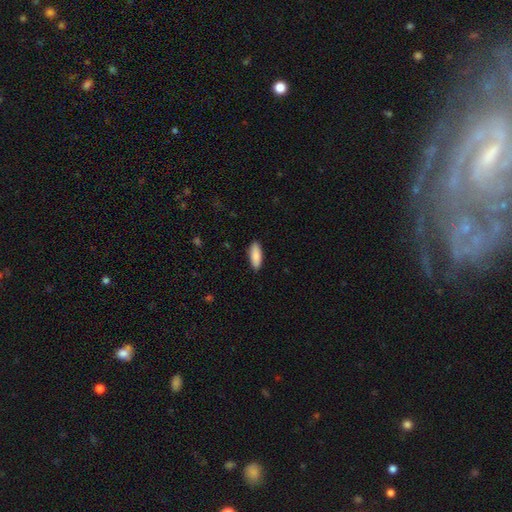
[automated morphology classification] The model was most divided on "how rounded": in between: 65%, cigar-shaped: 34%, round: 2%. More confident: merging — none (90%); smooth or featured — smooth (89%).